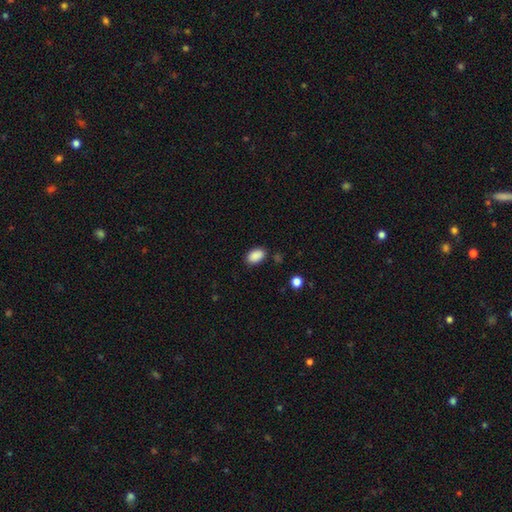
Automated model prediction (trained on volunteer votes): Overall: smooth (89%). How rounded: in between (90%). Merging: none (82%).